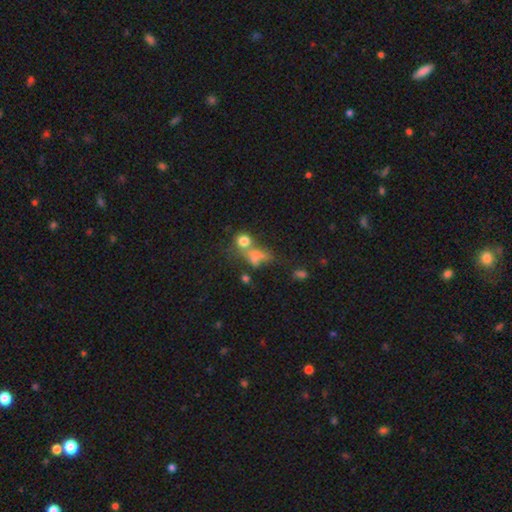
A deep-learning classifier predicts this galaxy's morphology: A smooth galaxy with no disk features (62%) that is in between round and cigar-shaped (48%). Merging: merger (43%).